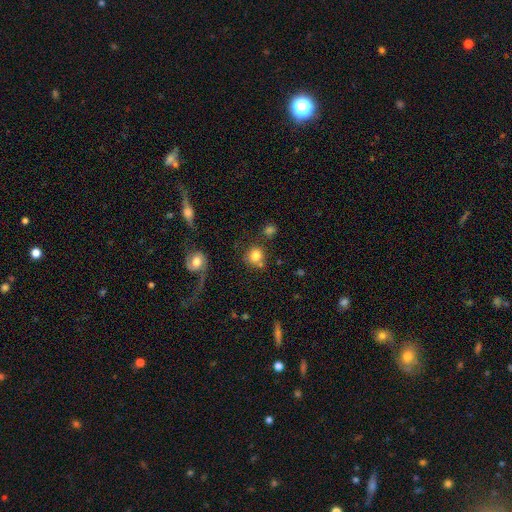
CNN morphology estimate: This is clearly a smooth galaxy (80%). How rounded: clearly round (88%). Merging: likely none (68%).